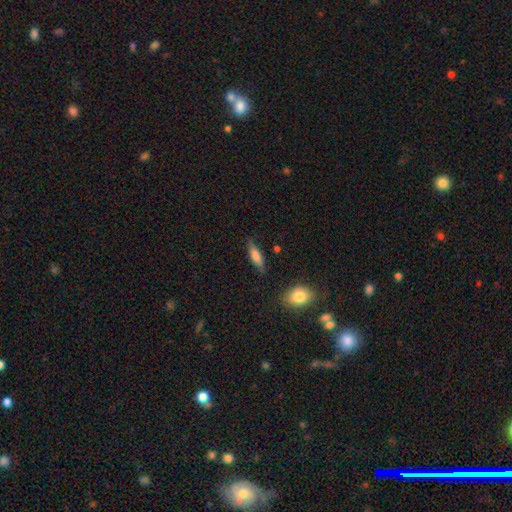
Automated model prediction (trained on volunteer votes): Q: Smooth or featured?
A: smooth (74%); runner-up: featured or disk (19%)
Q: How rounded?
A: cigar-shaped (55%); runner-up: in between (42%)
Q: Merging?
A: none (78%); runner-up: minor disturbance (16%)